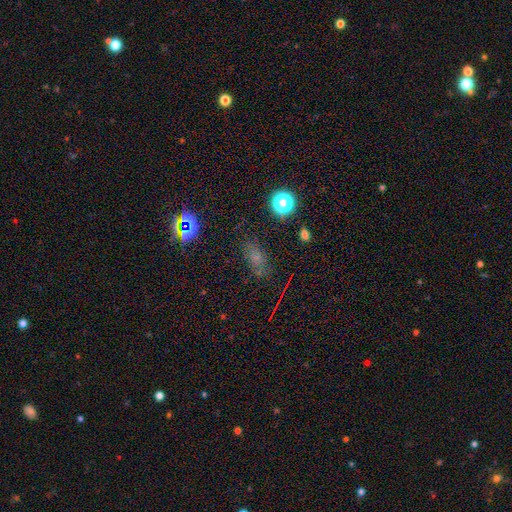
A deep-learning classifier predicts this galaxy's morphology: Q: Smooth or featured?
A: smooth (57%); runner-up: star or artifact (31%)
Q: How rounded?
A: in between (72%); runner-up: round (16%)
Q: Merging?
A: none (73%); runner-up: minor disturbance (17%)